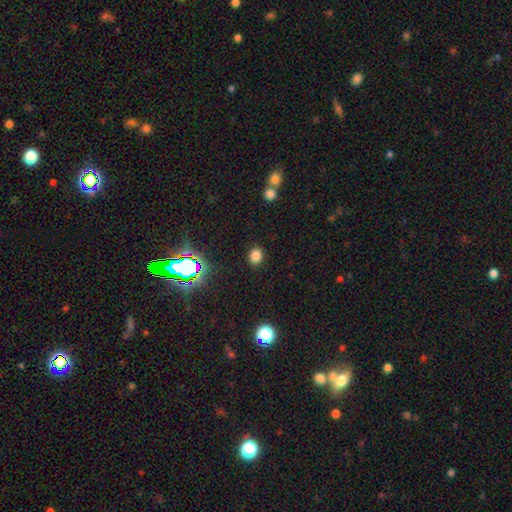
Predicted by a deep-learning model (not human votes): Q: Smooth or featured?
A: smooth (78%); runner-up: star or artifact (17%)
Q: How rounded?
A: round (50%); runner-up: in between (49%)
Q: Merging?
A: none (88%); runner-up: minor disturbance (8%)